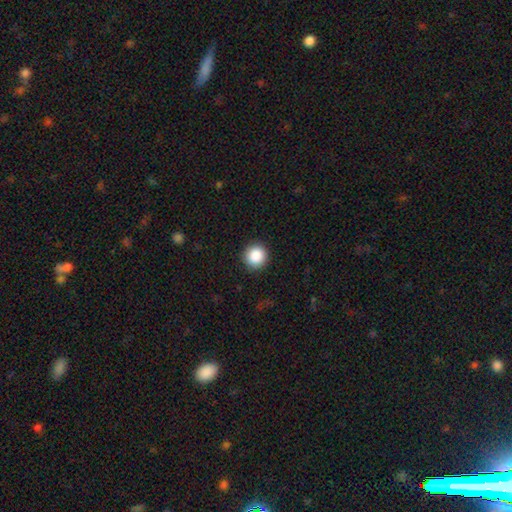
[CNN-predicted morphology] The model was most divided on "smooth or featured": smooth: 88%, star or artifact: 9%, featured or disk: 4%. More confident: how rounded — round (95%); merging — none (92%).